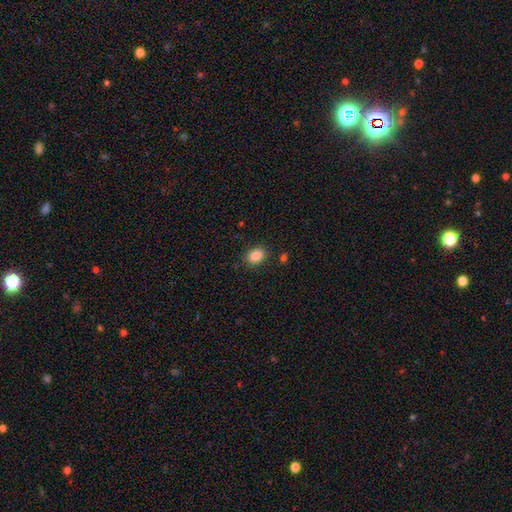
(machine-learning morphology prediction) This appears to be a smooth galaxy with no disk features (86%) that is in between round and cigar-shaped (61%). Merging: none (85%).